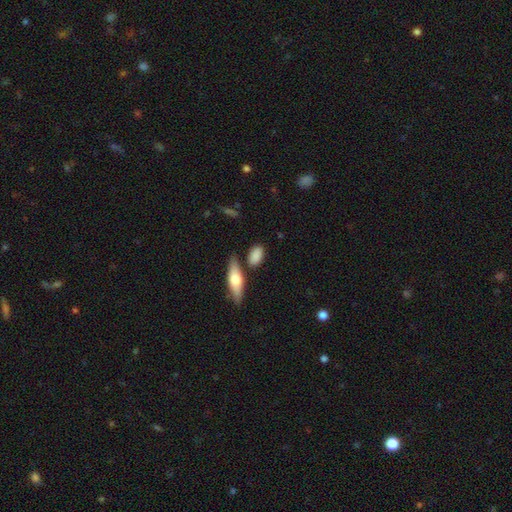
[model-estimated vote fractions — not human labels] Smooth or featured: smooth — 82% (featured or disk — 11%)
How rounded: in between — 78% (round — 14%)
Merging: none — 73% (minor disturbance — 15%)